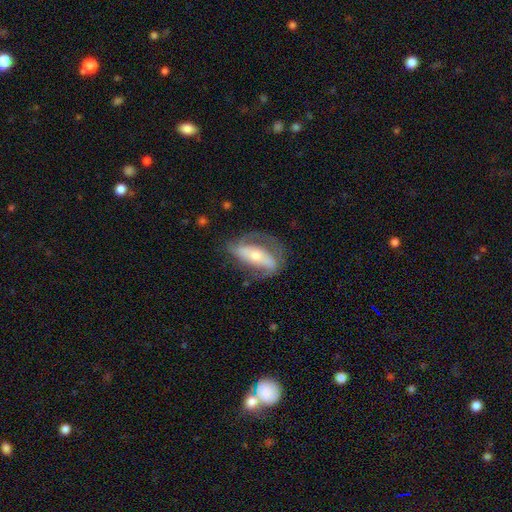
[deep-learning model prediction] This appears to be a featured or disk galaxy (76%) with a strong bar (51%), 2 (80%) medium (42%) spiral arms (86%) and a small central bulge (49%). Merging: none (61%).